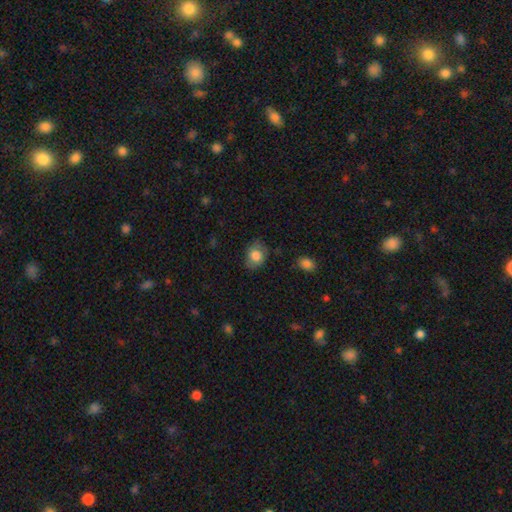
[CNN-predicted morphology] smooth_or_featured: smooth (p=0.79) [alt: featured or disk p=0.13]
how_rounded: in between (p=0.59) [alt: round p=0.40]
merging: none (p=0.75) [alt: minor disturbance p=0.19]